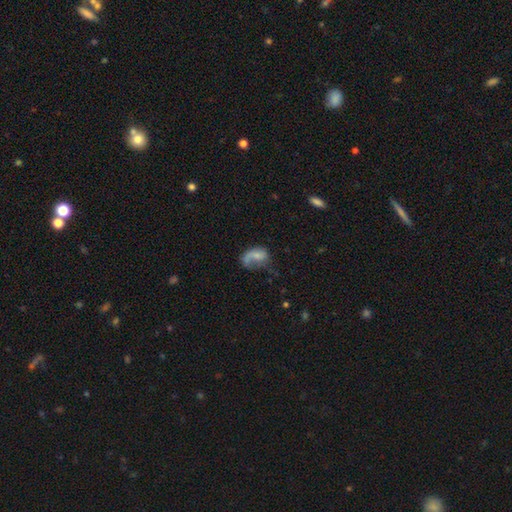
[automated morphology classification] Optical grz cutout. It shows a smooth galaxy with no disk features (50%) that is in between round and cigar-shaped (82%). Merging: major disturbance (48%).